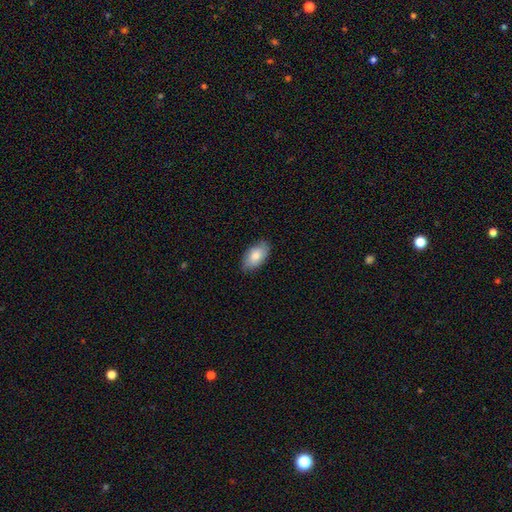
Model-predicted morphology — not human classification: A smooth galaxy with no disk features (79%) that is in between round and cigar-shaped (94%).

Vote fractions:
- Smooth or featured? smooth: 79% / featured or disk: 15% / star or artifact: 6%
- How rounded? in between: 94% / round: 4% / cigar-shaped: 2%
- Merging? none: 81% / minor disturbance: 15% / major disturbance: 3% / merger: 1%